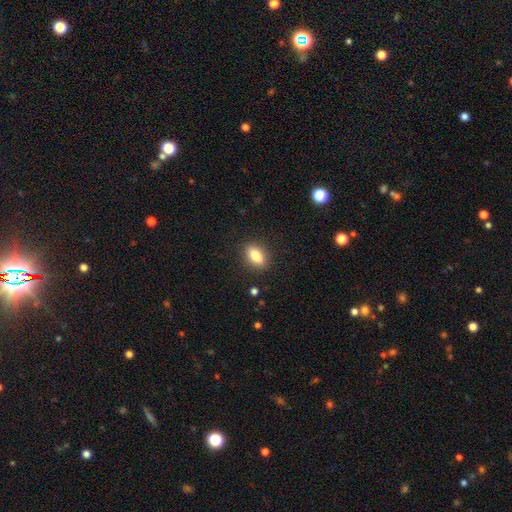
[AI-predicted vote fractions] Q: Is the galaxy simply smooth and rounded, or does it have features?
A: smooth — 81%.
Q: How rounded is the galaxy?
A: in between — 82%.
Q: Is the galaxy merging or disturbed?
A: none — 88%.